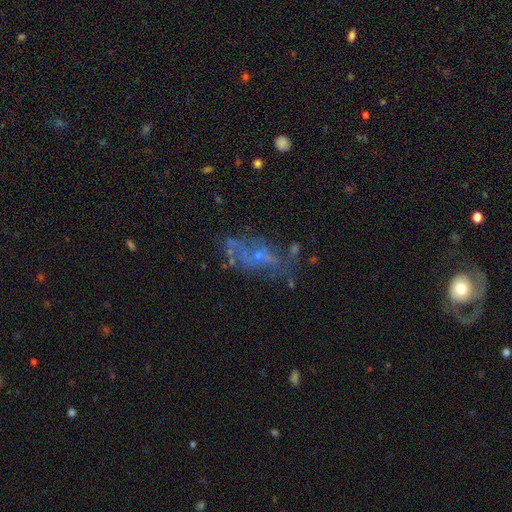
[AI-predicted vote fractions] smooth_or_featured: featured or disk (p=0.54) [alt: smooth p=0.27]
disk_edge_on: no (p=0.92) [alt: yes p=0.08]
merging: none (p=0.47) [alt: major disturbance p=0.23]